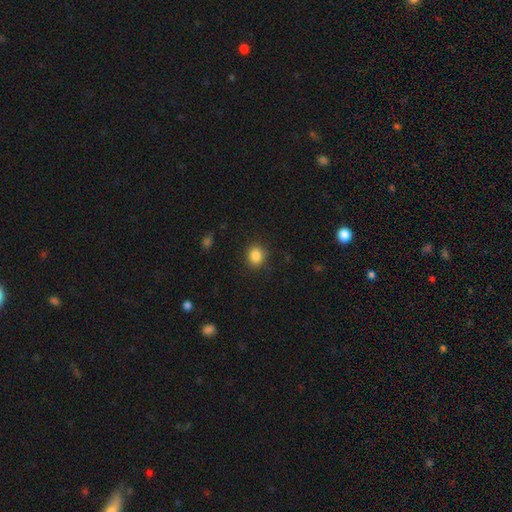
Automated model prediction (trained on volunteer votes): Overall: smooth (86%). How rounded: round (68%; in between 31%). Merging: none (87%).